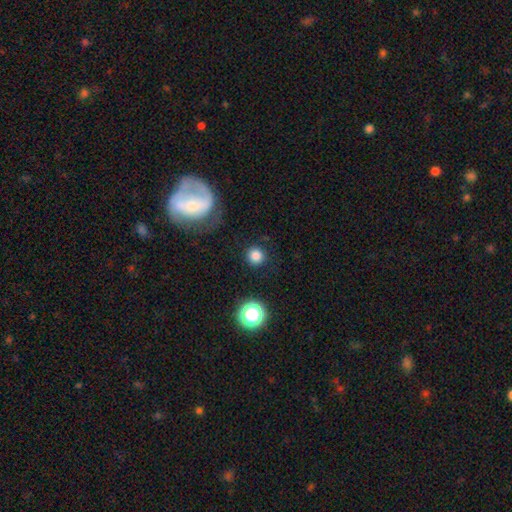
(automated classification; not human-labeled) This is clearly a smooth galaxy (82%). How rounded: clearly round (94%). Merging: clearly none (89%).